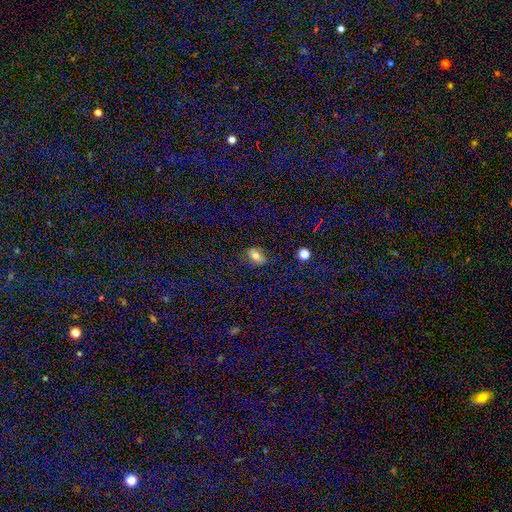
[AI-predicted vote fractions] A smooth galaxy with no disk features (71%) that is in between round and cigar-shaped (78%).

Vote fractions:
- Smooth or featured? smooth: 71% / featured or disk: 15% / star or artifact: 14%
- How rounded? in between: 78% / round: 19% / cigar-shaped: 4%
- Merging? none: 76% / minor disturbance: 17% / major disturbance: 5% / merger: 2%